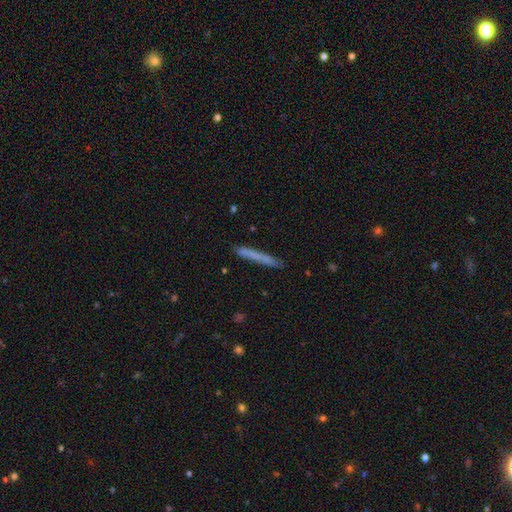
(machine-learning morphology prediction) A smooth galaxy with no disk features (65%) that is cigar-shaped (96%).

Vote fractions:
- Smooth or featured? smooth: 65% / featured or disk: 28% / star or artifact: 7%
- How rounded? cigar-shaped: 96% / in between: 2% / round: 1%
- Merging? none: 86% / minor disturbance: 10% / major disturbance: 2% / merger: 2%